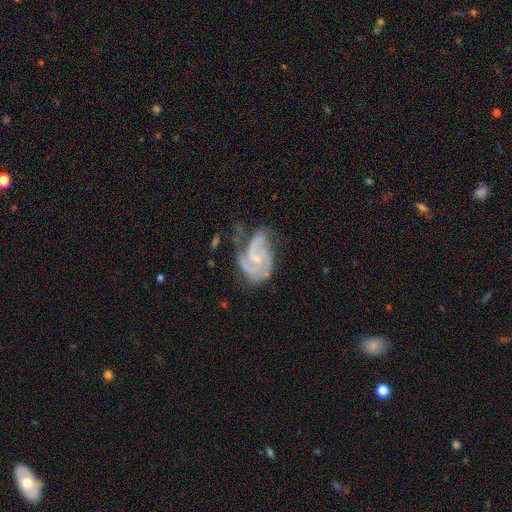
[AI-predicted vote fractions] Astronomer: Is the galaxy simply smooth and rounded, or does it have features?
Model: featured or disk — 88%.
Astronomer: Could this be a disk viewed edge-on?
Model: no — 98%.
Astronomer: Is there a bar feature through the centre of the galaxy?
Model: no — 55% (runner-up: weak, 37%).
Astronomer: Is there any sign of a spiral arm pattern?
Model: yes — 97%.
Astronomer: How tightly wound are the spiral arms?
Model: medium — 47% (runner-up: tight, 41%).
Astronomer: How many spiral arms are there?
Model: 2 — 49% (runner-up: 3, 30%).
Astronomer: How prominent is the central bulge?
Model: small — 69%.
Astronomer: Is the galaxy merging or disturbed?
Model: none — 44% (runner-up: minor disturbance, 28%).